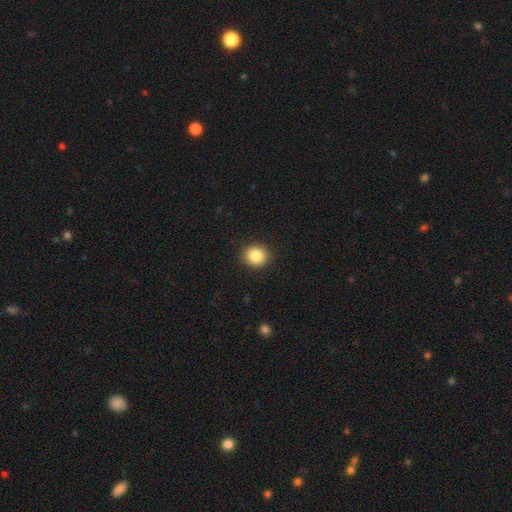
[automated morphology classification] This is clearly a smooth galaxy (86%). How rounded: clearly round (83%). Merging: clearly none (92%).